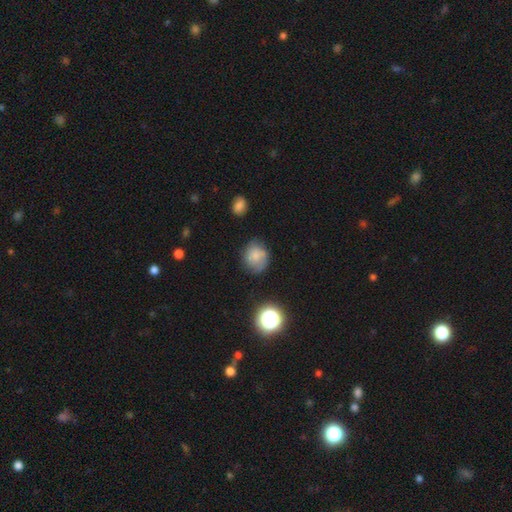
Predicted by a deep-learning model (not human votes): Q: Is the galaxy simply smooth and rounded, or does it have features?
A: smooth — 66%.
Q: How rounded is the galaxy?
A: round — 72%.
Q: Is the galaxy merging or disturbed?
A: none — 65%.